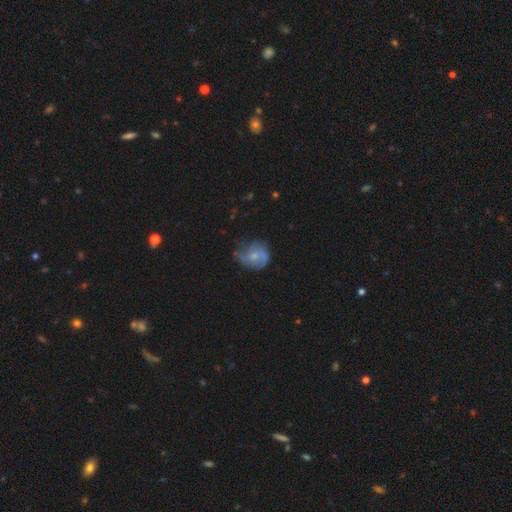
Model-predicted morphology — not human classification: smooth-or-featured: featured or disk: 48% | smooth: 44% | star or artifact: 8%
  merging: none: 50% | minor disturbance: 30% | major disturbance: 17% | merger: 2%